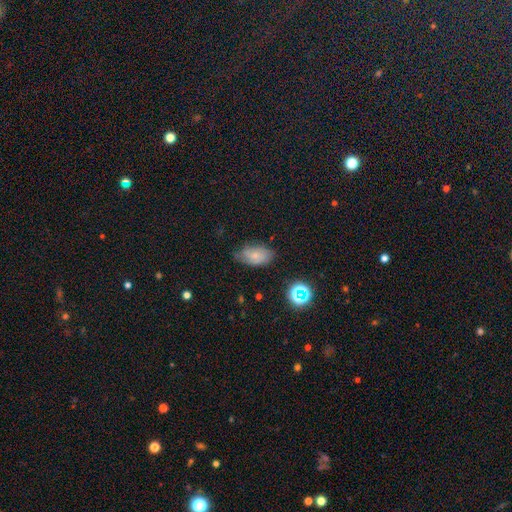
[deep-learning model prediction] A smooth galaxy with no disk features (62%) that is in between round and cigar-shaped (91%). Merging: none (58%).